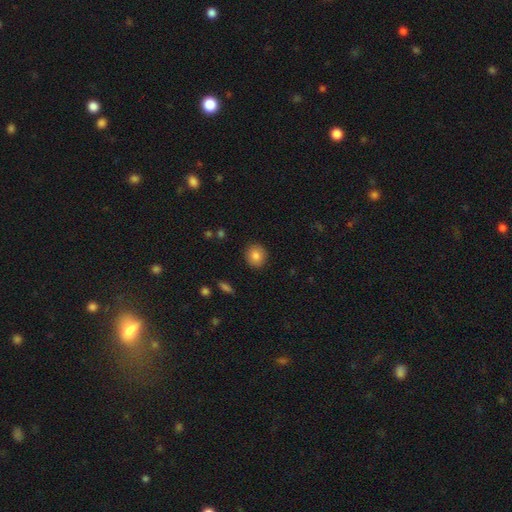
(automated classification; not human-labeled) This is clearly a smooth galaxy (85%). How rounded: likely round (78%). Merging: clearly none (89%).